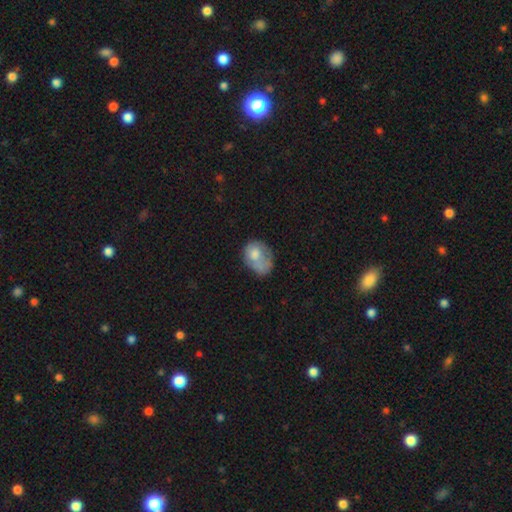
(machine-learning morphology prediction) The model was most divided on "merging": none: 36%, minor disturbance: 31%, major disturbance: 26%, merger: 7%. More confident: how rounded — in between (63%); smooth or featured — smooth (62%).